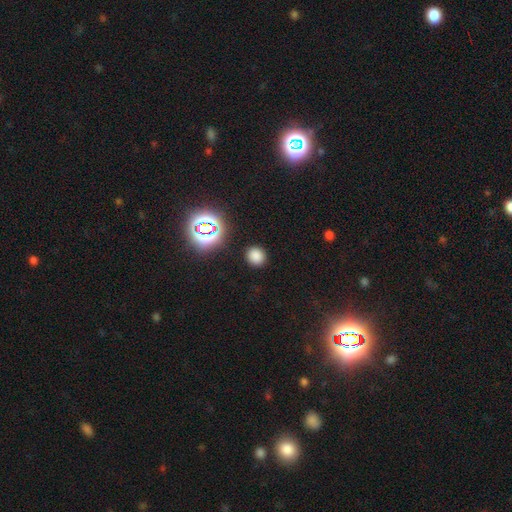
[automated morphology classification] Overall: smooth (77%). How rounded: round (83%). Merging: none (89%).